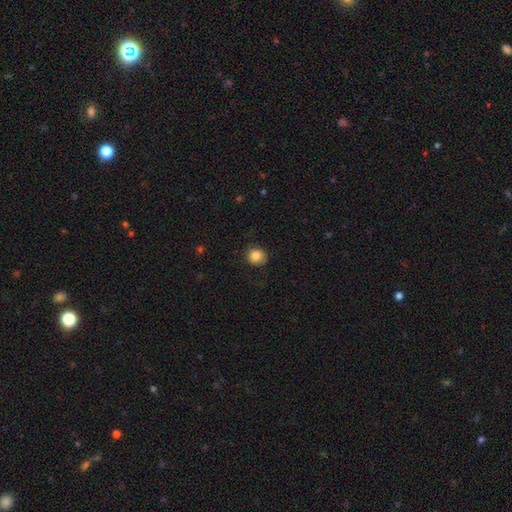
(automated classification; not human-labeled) Smooth or featured? Predicted: smooth (p=0.85). How rounded? Predicted: round (p=0.81). Merging? Predicted: none (p=0.79).